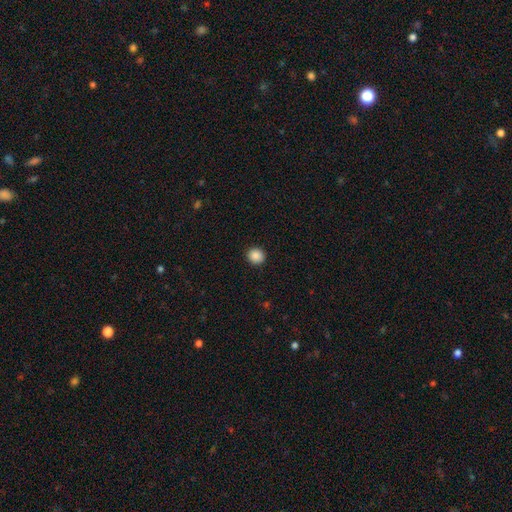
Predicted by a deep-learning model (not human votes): smooth-or-featured: smooth: 88% | star or artifact: 9% | featured or disk: 3%
  how-rounded: round: 90% | in between: 9% | cigar-shaped: 1%
  merging: none: 92% | minor disturbance: 5% | major disturbance: 2% | merger: 1%